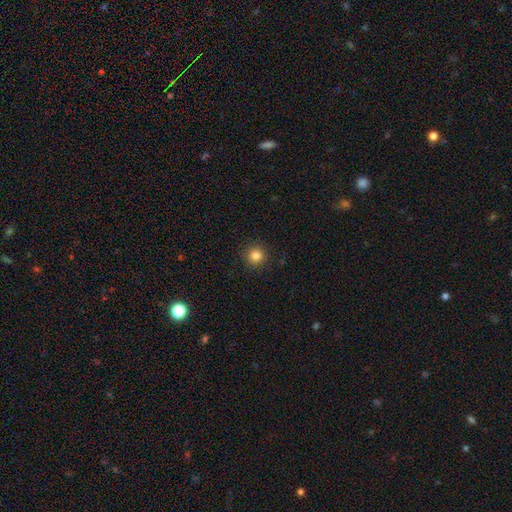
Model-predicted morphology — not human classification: Overall: smooth (83%). How rounded: round (94%). Merging: none (91%).